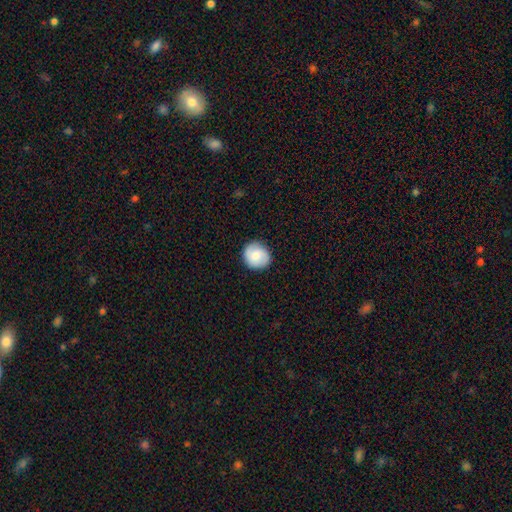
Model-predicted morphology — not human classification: The model was most divided on "smooth or featured": smooth: 72%, featured or disk: 21%, star or artifact: 7%. More confident: how rounded — round (85%); merging — none (84%).